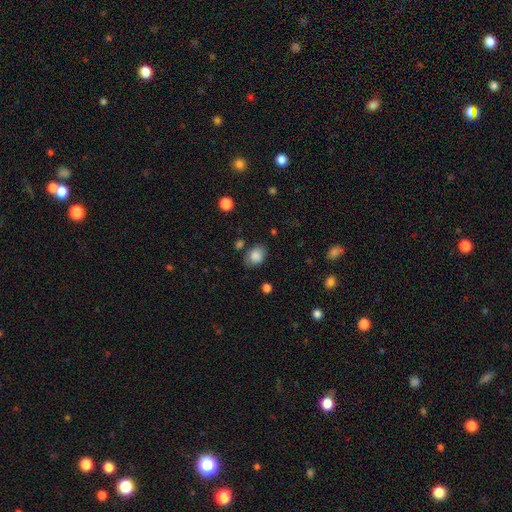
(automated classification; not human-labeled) Overall: smooth (84%). How rounded: in between (61%; round 38%). Merging: none (70%).